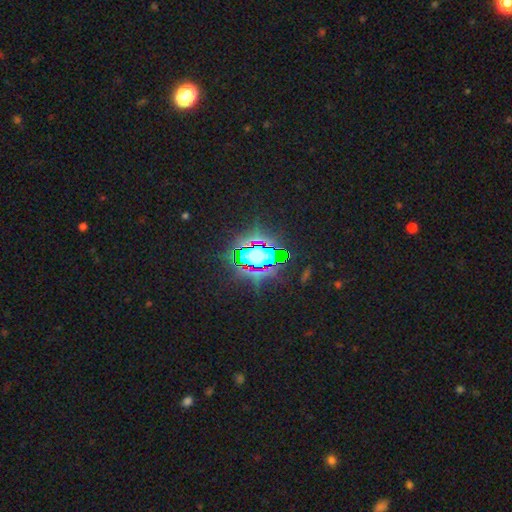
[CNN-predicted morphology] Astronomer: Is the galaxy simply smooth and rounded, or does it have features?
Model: star or artifact — 72%.